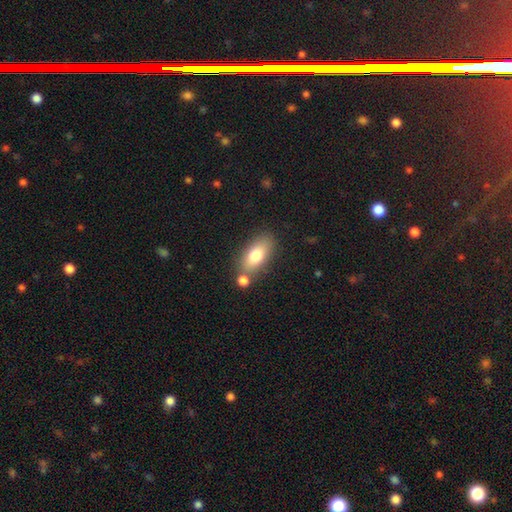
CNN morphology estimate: Overall: smooth (76%). How rounded: in between (84%). Merging: none (68%).